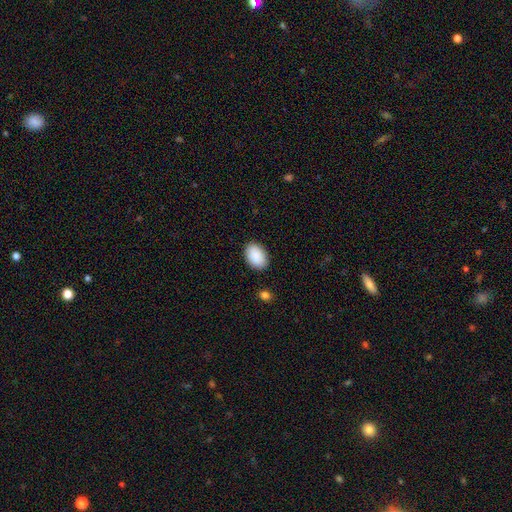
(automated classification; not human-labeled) Smooth or featured? smooth (91%)
How rounded? in between (89%)
Merging? none (89%)